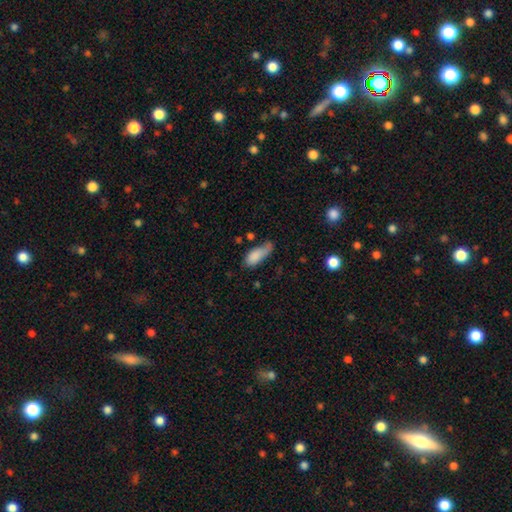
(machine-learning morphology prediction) A smooth galaxy with no disk features (82%) that is in between round and cigar-shaped (83%).

Vote fractions:
- Smooth or featured? smooth: 82% / featured or disk: 11% / star or artifact: 7%
- How rounded? in between: 83% / cigar-shaped: 14% / round: 3%
- Merging? none: 38% / minor disturbance: 33% / major disturbance: 21% / merger: 8%